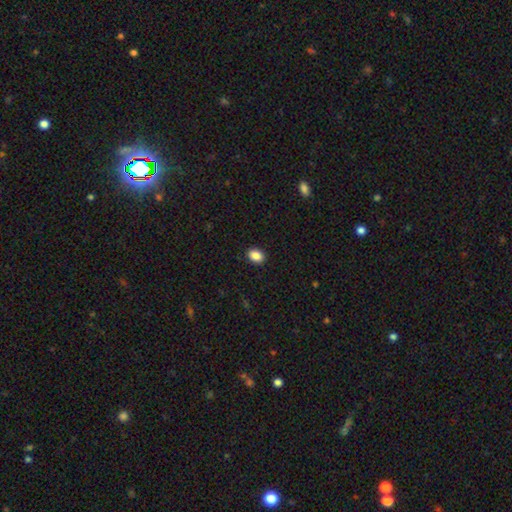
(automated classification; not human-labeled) This appears to be a smooth galaxy with no disk features (88%) that is in between round and cigar-shaped (74%). Merging: none (91%).